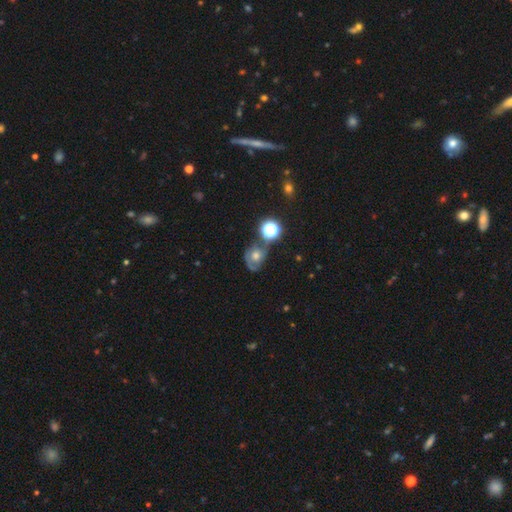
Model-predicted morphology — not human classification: Smooth or featured? featured or disk (49%)
Merging? none (58%)